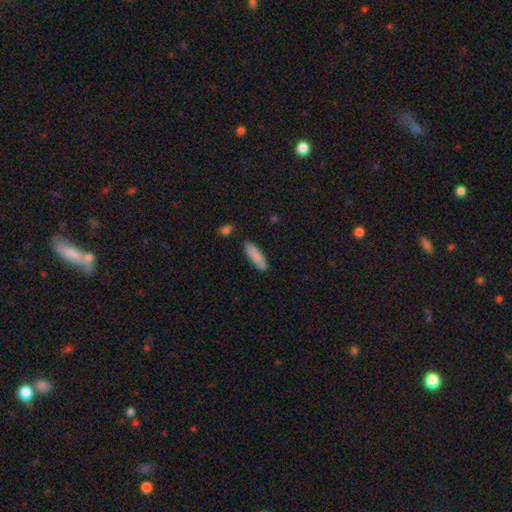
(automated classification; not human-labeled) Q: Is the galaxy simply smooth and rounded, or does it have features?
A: smooth — 86%.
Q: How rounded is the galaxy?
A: cigar-shaped — 56%.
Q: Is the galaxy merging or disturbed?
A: none — 83%.